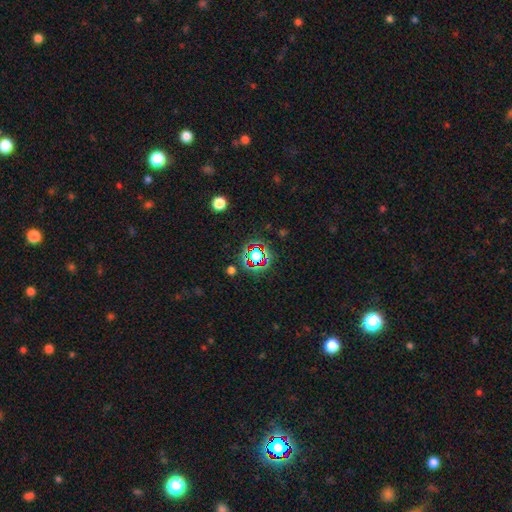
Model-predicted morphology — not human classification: Smooth or featured? star or artifact (66%)